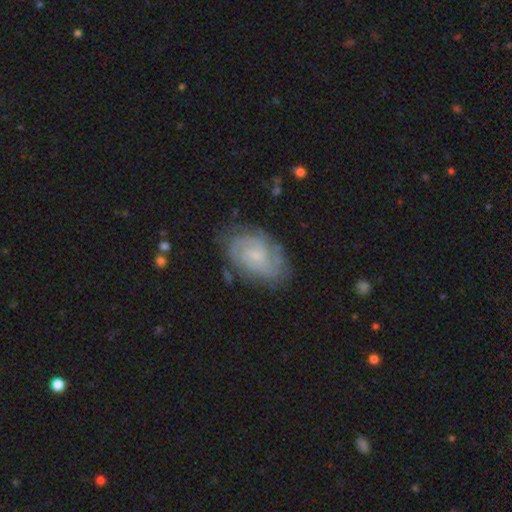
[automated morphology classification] This appears to be a featured or disk galaxy (79%) with no bar (54%), 2 (48%) tight (58%) spiral arms (94%) and a small central bulge (72%). Merging: none (73%).